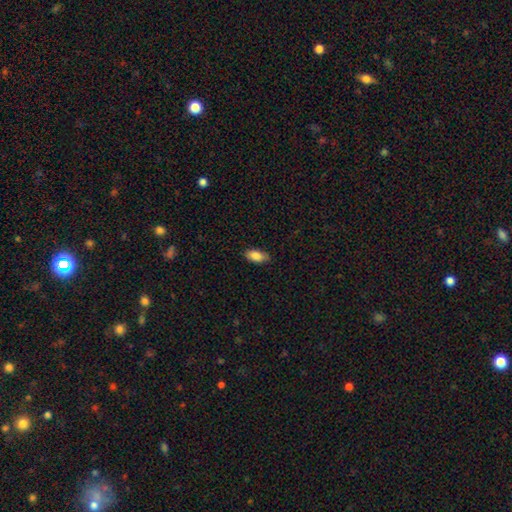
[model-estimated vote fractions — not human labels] smooth_or_featured: smooth (p=0.86) [alt: featured or disk p=0.07]
how_rounded: in between (p=0.90) [alt: cigar-shaped p=0.07]
merging: none (p=0.85) [alt: minor disturbance p=0.12]